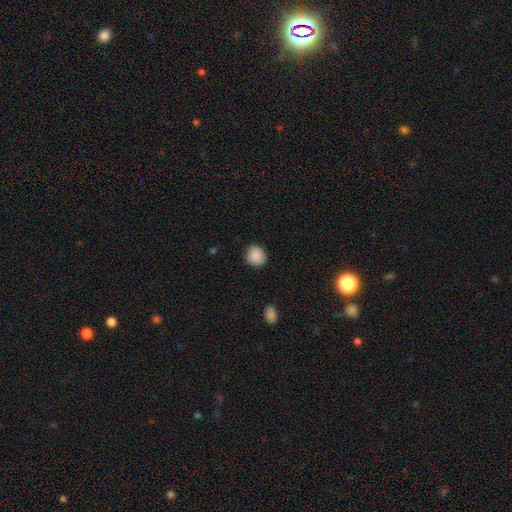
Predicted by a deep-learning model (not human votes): A smooth galaxy with no disk features (89%) that is round (81%).

Vote fractions:
- Smooth or featured? smooth: 89% / star or artifact: 8% / featured or disk: 3%
- How rounded? round: 81% / in between: 18% / cigar-shaped: 1%
- Merging? none: 87% / minor disturbance: 10% / major disturbance: 3% / merger: 1%